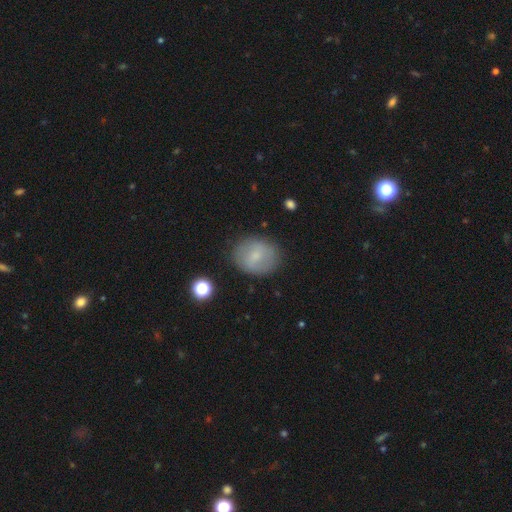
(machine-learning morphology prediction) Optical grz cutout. It shows a smooth galaxy with no disk features (61%) that is round (60%). Merging: none (82%).